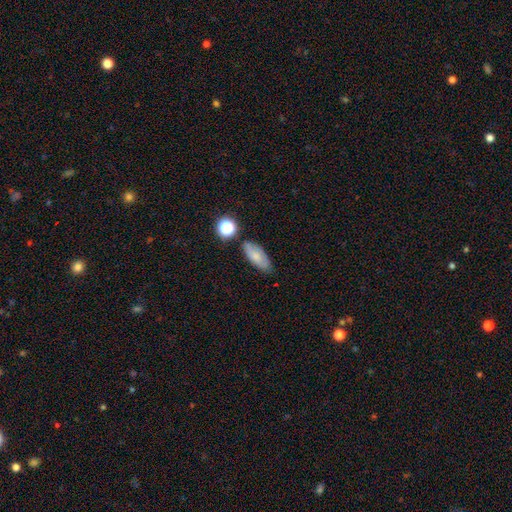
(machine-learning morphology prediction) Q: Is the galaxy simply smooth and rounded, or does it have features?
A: smooth — 73%.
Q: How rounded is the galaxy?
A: in between — 85%.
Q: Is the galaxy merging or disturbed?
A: none — 74%.